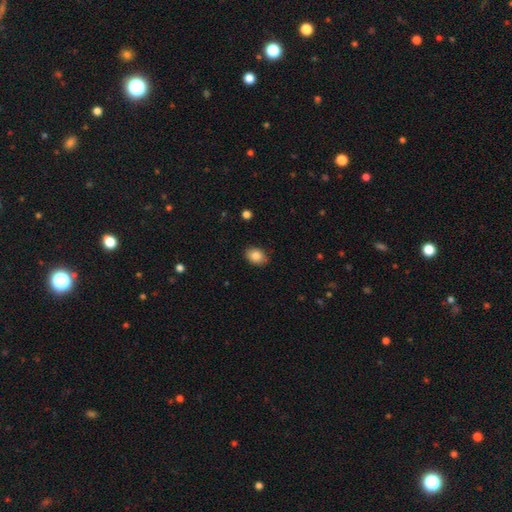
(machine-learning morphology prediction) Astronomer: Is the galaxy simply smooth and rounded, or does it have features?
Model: smooth — 84%.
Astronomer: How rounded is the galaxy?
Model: in between — 69%.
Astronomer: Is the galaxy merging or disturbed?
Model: none — 85%.